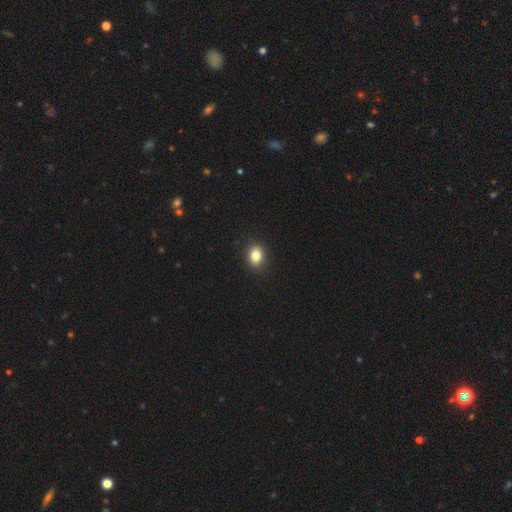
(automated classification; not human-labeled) Q: Smooth or featured?
A: smooth (83%); runner-up: star or artifact (10%)
Q: How rounded?
A: in between (58%); runner-up: round (41%)
Q: Merging?
A: none (91%); runner-up: minor disturbance (7%)